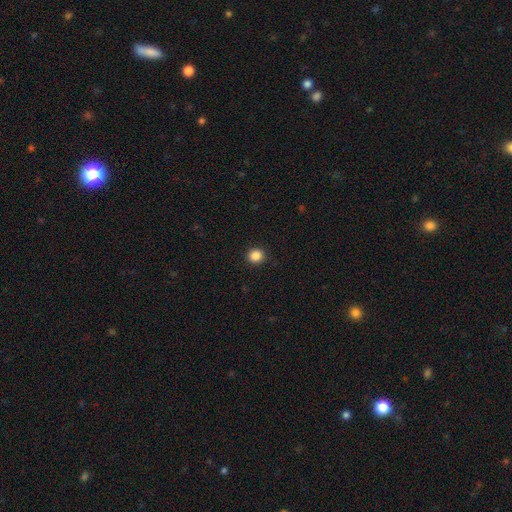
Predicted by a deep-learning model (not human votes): smooth_or_featured: smooth (p=0.87) [alt: star or artifact p=0.10]
how_rounded: round (p=0.89) [alt: in between p=0.10]
merging: none (p=0.92) [alt: minor disturbance p=0.05]